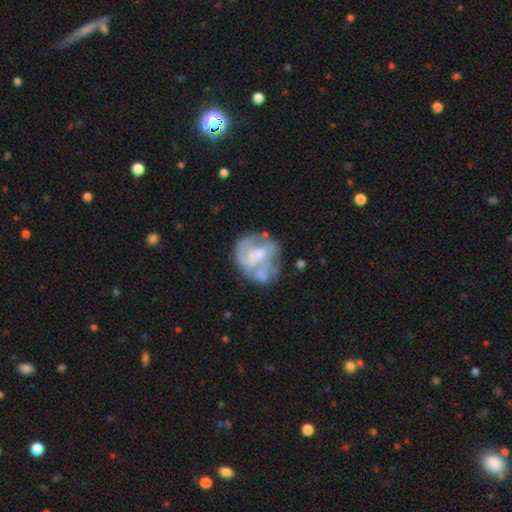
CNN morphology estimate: This appears to be a featured or disk galaxy (64%) with no bar (55%), no spiral arms (51%) and a moderate central bulge (36%). Merging: none (40%).